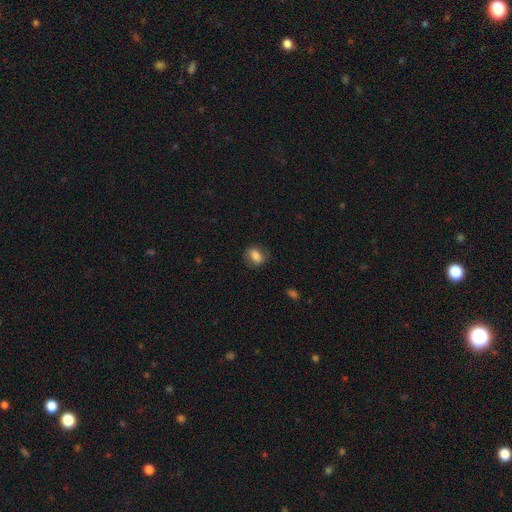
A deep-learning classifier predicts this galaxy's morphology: type=smooth (78%); roundness=in between (65%); merging=none (76%).